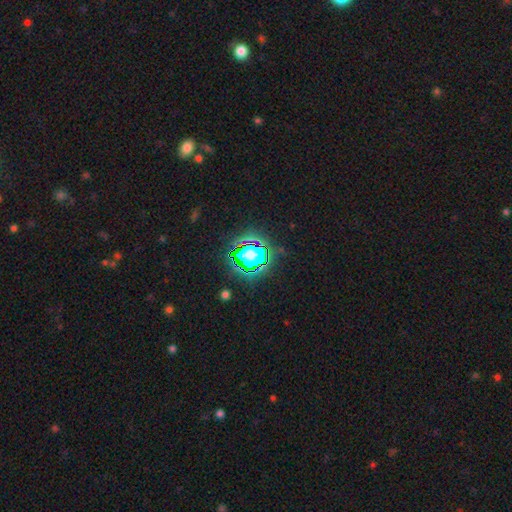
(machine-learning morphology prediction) star or artifact 79%, smooth 13%, featured or disk 8%.